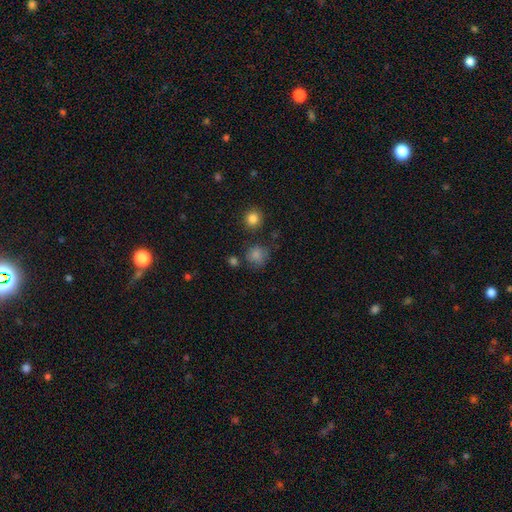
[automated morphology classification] A smooth galaxy with no disk features (80%) that is round (85%). Merging: none (68%).